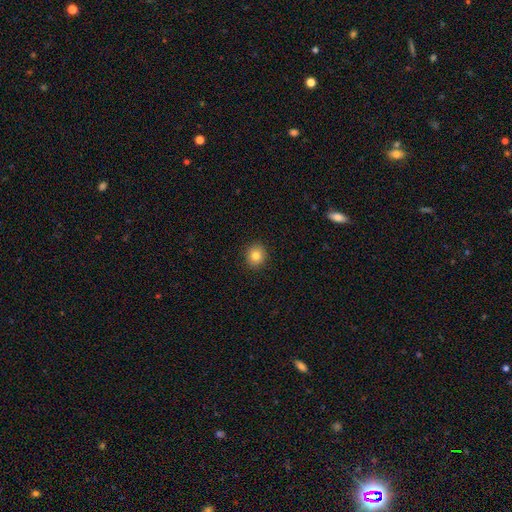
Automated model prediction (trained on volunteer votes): Smooth or featured?
  - smooth: 81% *
  - star or artifact: 11%
  - featured or disk: 8%
How rounded?
  - round: 82% *
  - in between: 17%
  - cigar-shaped: 1%
Merging?
  - none: 91% *
  - minor disturbance: 6%
  - major disturbance: 2%
  - merger: 1%